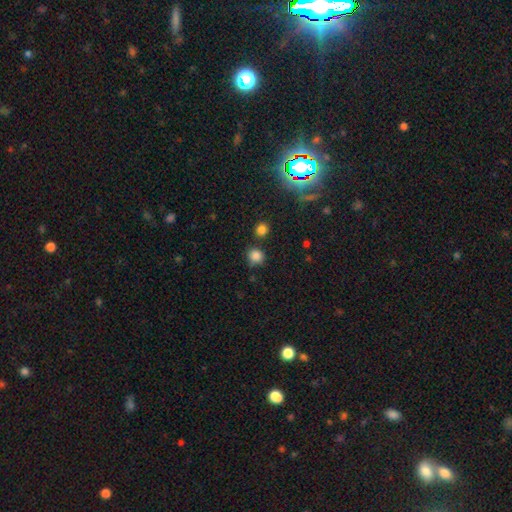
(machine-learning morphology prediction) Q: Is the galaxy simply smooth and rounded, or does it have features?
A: smooth — 83%.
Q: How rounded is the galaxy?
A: round — 86%.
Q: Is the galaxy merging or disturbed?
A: none — 75%.